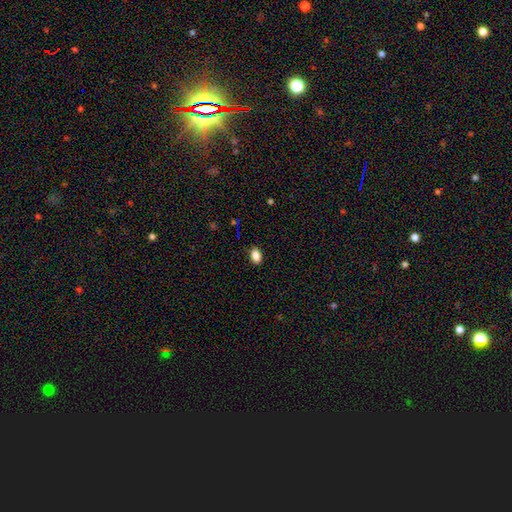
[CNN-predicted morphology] Smooth or featured?
  - smooth: 87% *
  - star or artifact: 10%
  - featured or disk: 4%
How rounded?
  - in between: 86% *
  - round: 12%
  - cigar-shaped: 2%
Merging?
  - none: 87% *
  - minor disturbance: 10%
  - major disturbance: 2%
  - merger: 1%